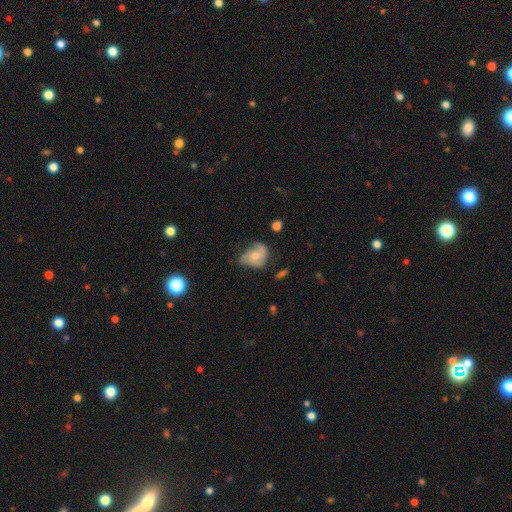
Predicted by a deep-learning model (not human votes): Smooth or featured? featured or disk (47%)
Merging? minor disturbance (40%)